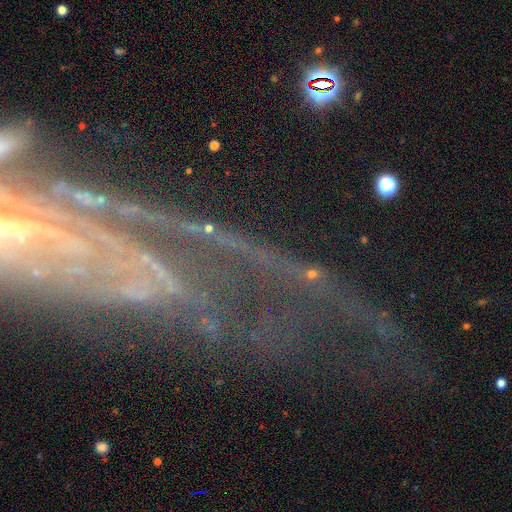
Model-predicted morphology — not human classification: featured or disk 64%, star or artifact 24%, smooth 12%. Down the decision tree: edge-on disk — no (78%); merging — none (62%).